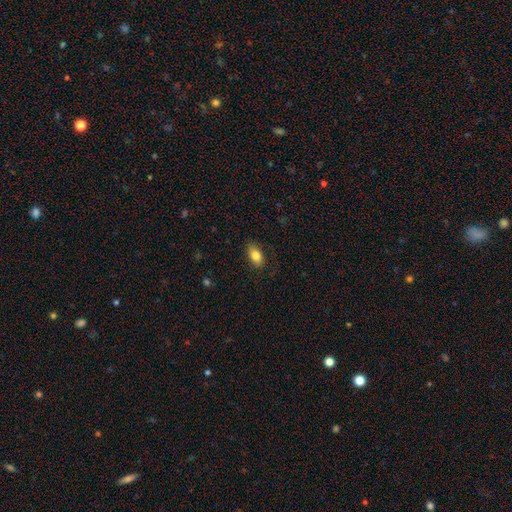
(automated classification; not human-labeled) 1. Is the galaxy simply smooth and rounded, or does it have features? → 82% smooth, 11% featured or disk, 8% star or artifact.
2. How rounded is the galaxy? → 89% in between, 7% round, 5% cigar-shaped.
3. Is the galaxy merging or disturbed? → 85% none, 12% minor disturbance, 3% major disturbance, 1% merger.